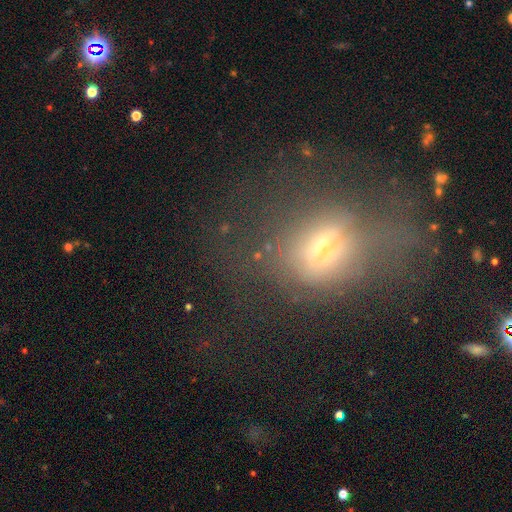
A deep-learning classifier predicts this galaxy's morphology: This appears to be a smooth galaxy with no disk features (46%). Merging: major disturbance (39%).